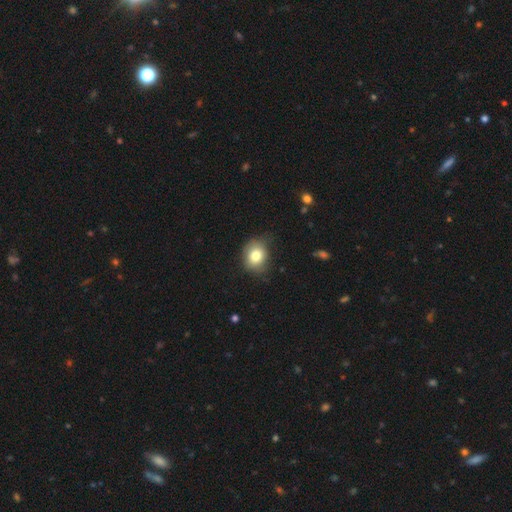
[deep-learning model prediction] A smooth galaxy with no disk features (81%) that is round (55%).

Vote fractions:
- Smooth or featured? smooth: 81% / featured or disk: 10% / star or artifact: 9%
- How rounded? round: 55% / in between: 44% / cigar-shaped: 1%
- Merging? none: 71% / minor disturbance: 22% / major disturbance: 5% / merger: 1%